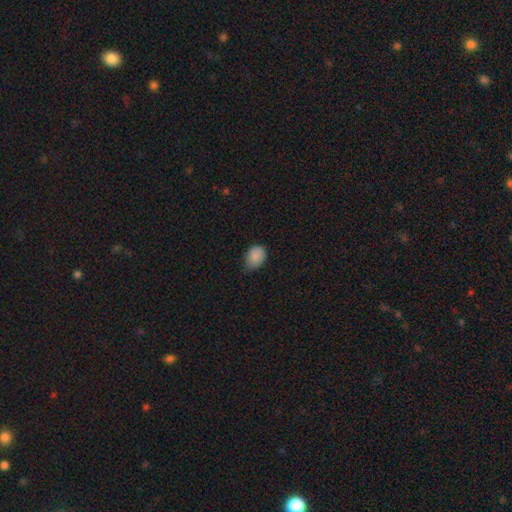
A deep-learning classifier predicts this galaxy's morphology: Smooth or featured?
  - smooth: 87% *
  - star or artifact: 9%
  - featured or disk: 4%
How rounded?
  - in between: 70% *
  - round: 29%
  - cigar-shaped: 1%
Merging?
  - none: 49% *
  - minor disturbance: 43%
  - major disturbance: 7%
  - merger: 1%